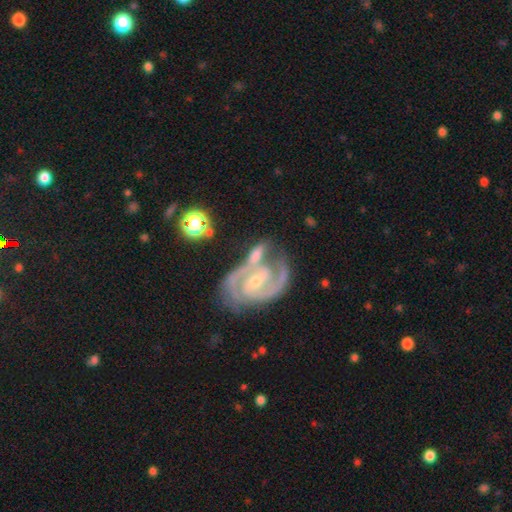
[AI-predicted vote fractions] Morphology: type=featured or disk (82%); edge-on=no (97%); bar=weak (43%); spiral arms=yes (95%); winding=medium (47%); arm count=2 (83%); bulge=small (67%); merging=none (45%).